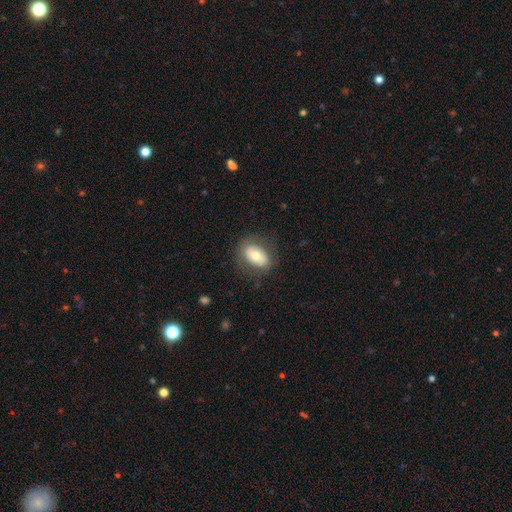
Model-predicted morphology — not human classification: This is likely a smooth galaxy (64%). How rounded: clearly in between (85%). Merging: likely none (77%).